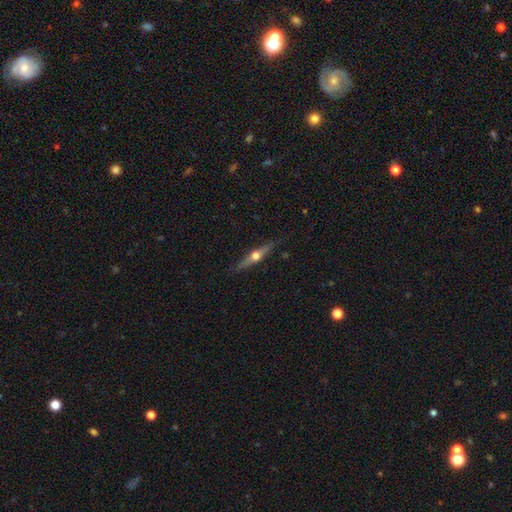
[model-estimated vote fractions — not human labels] This appears to be a featured or disk galaxy (71%) viewed edge-on (97%) with a rounded central bulge (96%). Merging: none (88%).